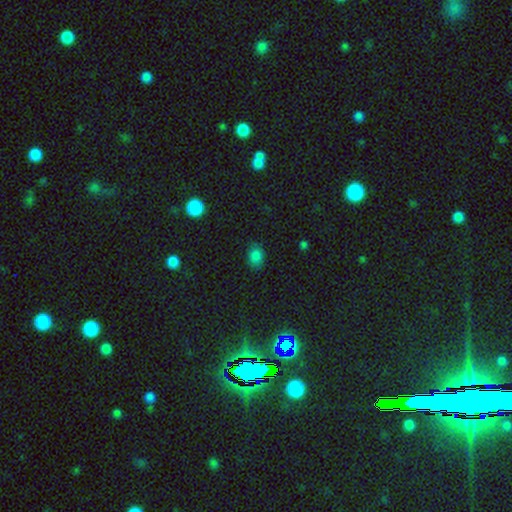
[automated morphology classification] This is likely a smooth galaxy (80%). How rounded: likely in between (68%). Merging: likely none (78%).